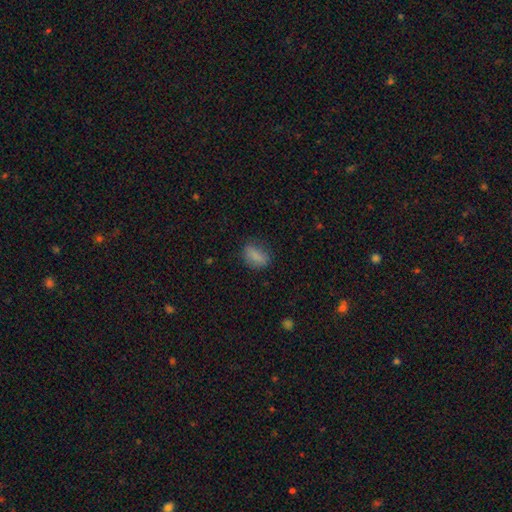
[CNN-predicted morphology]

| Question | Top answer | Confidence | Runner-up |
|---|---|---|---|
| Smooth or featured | smooth | 82% | star or artifact (10%) |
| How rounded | in between | 79% | round (16%) |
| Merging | none | 71% | minor disturbance (20%) |